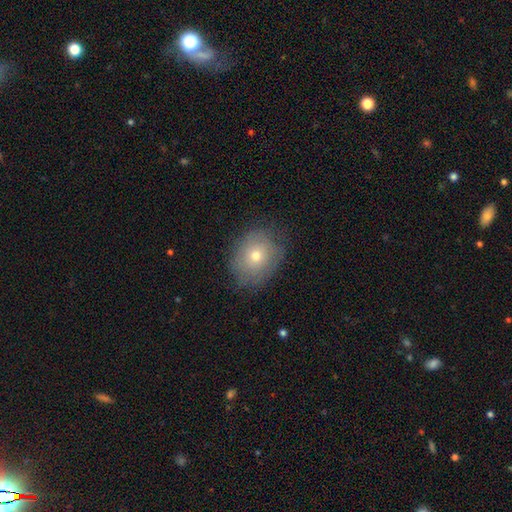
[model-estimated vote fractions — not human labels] This appears to be a smooth galaxy with no disk features (64%) that is round (53%). Merging: none (75%).